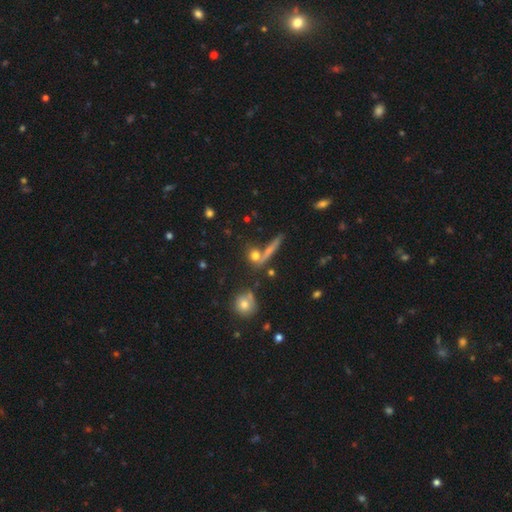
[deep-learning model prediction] Smooth or featured? smooth (71%)
How rounded? round (64%)
Merging? none (66%)